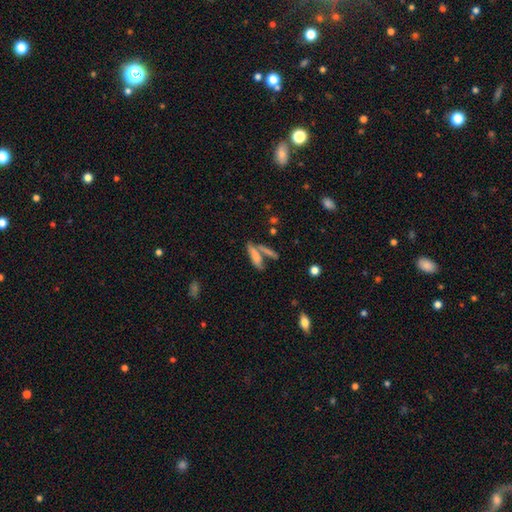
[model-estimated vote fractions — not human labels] This appears to be a smooth galaxy with no disk features (71%) that is cigar-shaped (67%). Merging: none (48%).